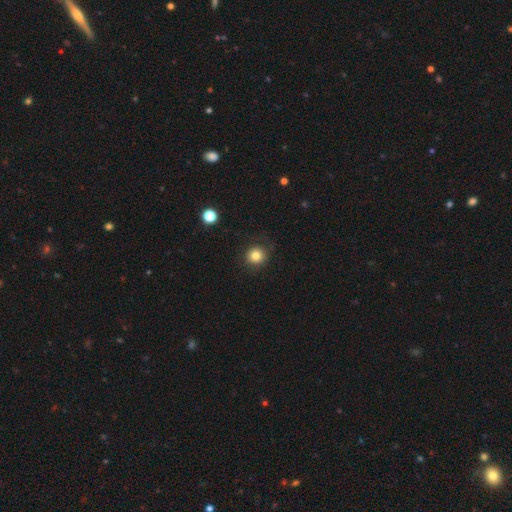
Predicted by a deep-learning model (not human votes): This appears to be a smooth galaxy with no disk features (82%) that is round (91%). Merging: none (85%).